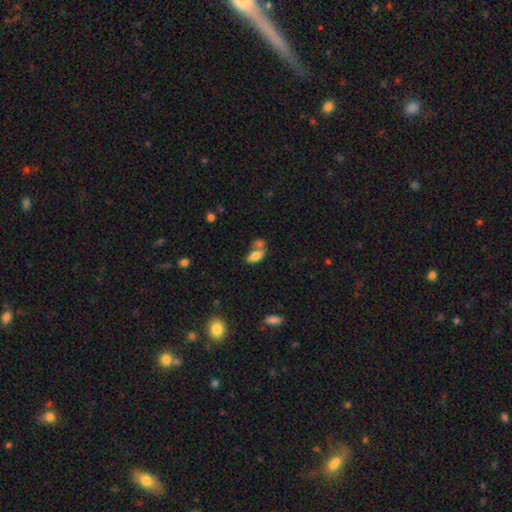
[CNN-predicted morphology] smooth_or_featured: smooth (p=0.77) [alt: featured or disk p=0.14]
how_rounded: in between (p=0.87) [alt: cigar-shaped p=0.08]
merging: merger (p=0.44) [alt: none p=0.36]